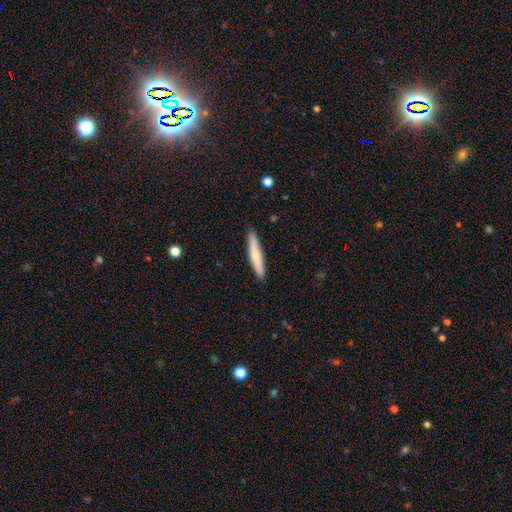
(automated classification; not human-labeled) A smooth galaxy with no disk features (69%) that is cigar-shaped (94%).

Vote fractions:
- Smooth or featured? smooth: 69% / featured or disk: 26% / star or artifact: 5%
- How rounded? cigar-shaped: 94% / in between: 5% / round: 1%
- Merging? none: 90% / minor disturbance: 7% / major disturbance: 1% / merger: 1%